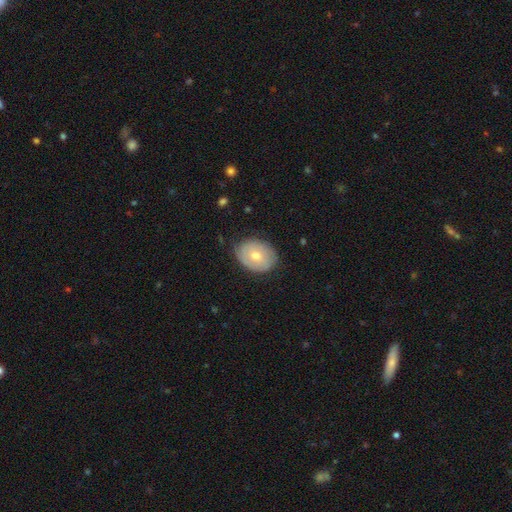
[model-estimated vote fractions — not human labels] smooth-or-featured: smooth: 55% | featured or disk: 38% | star or artifact: 7%
  how-rounded: in between: 68% | round: 31% | cigar-shaped: 1%
  merging: none: 80% | minor disturbance: 16% | major disturbance: 3% | merger: 1%